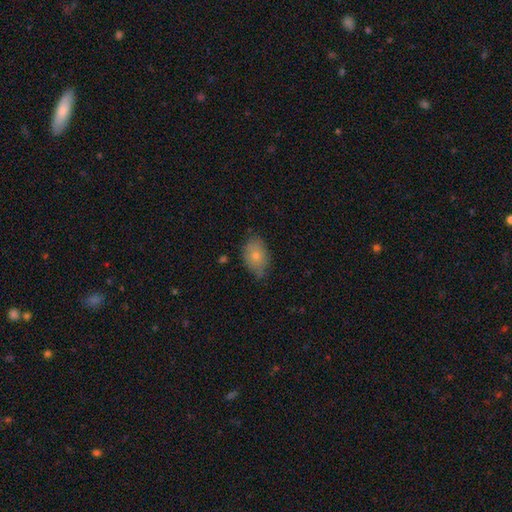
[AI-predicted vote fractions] Smooth or featured? smooth (74%)
How rounded? in between (85%)
Merging? none (66%)